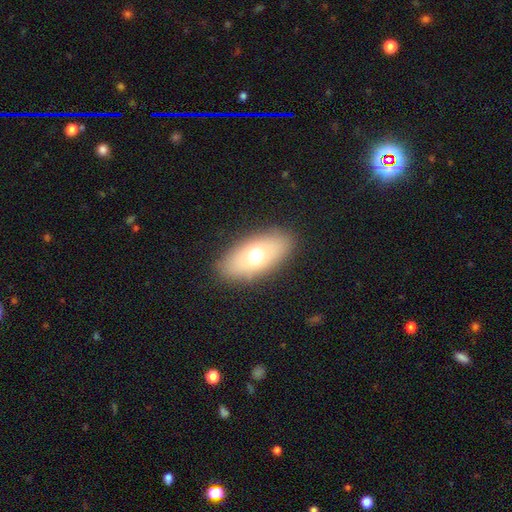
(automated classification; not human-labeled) This is likely a smooth galaxy (65%). How rounded: clearly in between (87%). Merging: clearly none (85%).